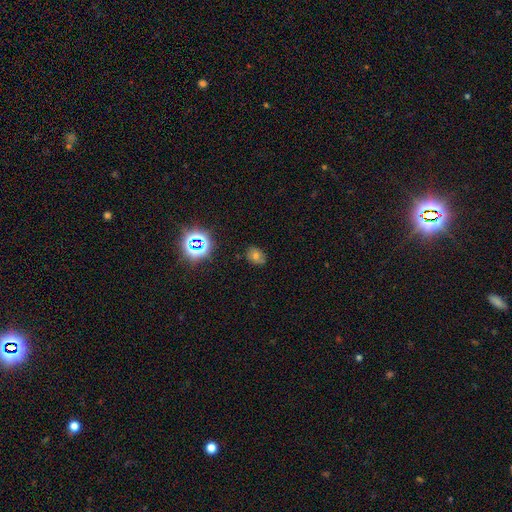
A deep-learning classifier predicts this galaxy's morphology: The model was most divided on "how rounded": in between: 59%, round: 40%, cigar-shaped: 1%. More confident: merging — none (77%); smooth or featured — smooth (60%).